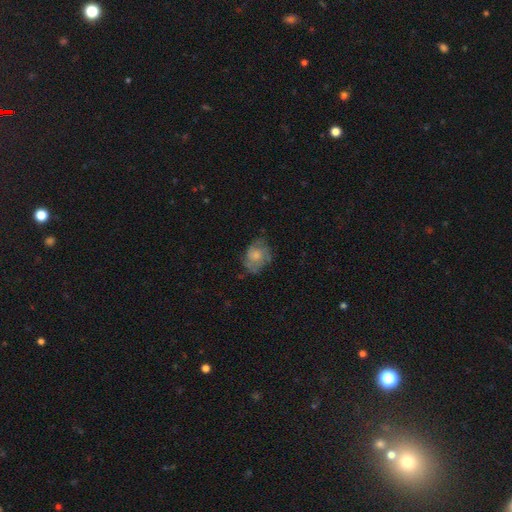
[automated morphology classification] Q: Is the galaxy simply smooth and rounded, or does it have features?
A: smooth — 52%.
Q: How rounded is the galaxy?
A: in between — 55%.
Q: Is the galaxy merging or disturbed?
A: none — 57%.